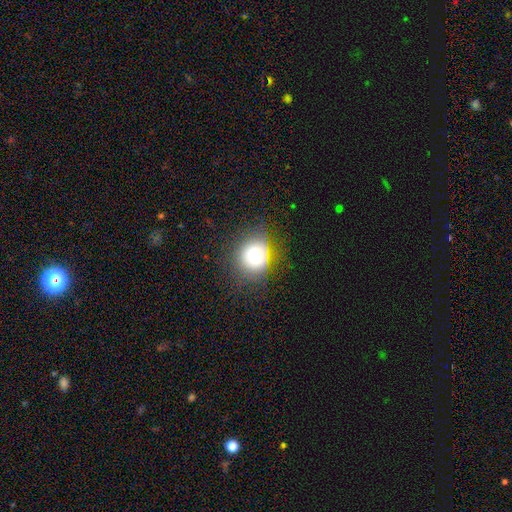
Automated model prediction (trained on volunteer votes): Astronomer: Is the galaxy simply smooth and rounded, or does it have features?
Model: smooth — 66%.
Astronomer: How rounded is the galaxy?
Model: round — 82%.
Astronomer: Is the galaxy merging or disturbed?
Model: none — 75%.